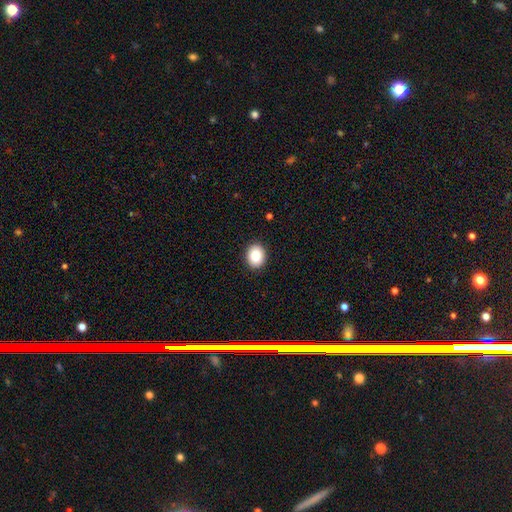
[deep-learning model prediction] Smooth or featured?
  - smooth: 87% *
  - star or artifact: 8%
  - featured or disk: 5%
How rounded?
  - in between: 53% *
  - round: 46%
  - cigar-shaped: 1%
Merging?
  - none: 91% *
  - minor disturbance: 6%
  - major disturbance: 2%
  - merger: 1%